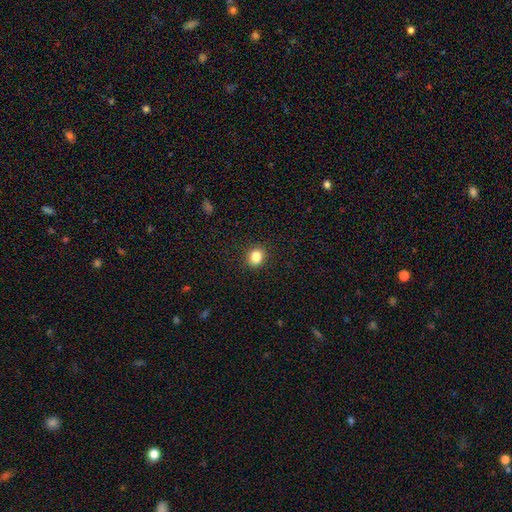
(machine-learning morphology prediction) Smooth or featured? Predicted: smooth (p=0.84). How rounded? Predicted: round (p=0.64). Merging? Predicted: none (p=0.88).